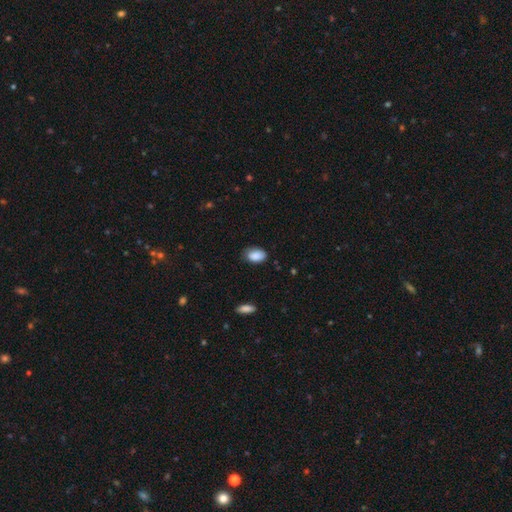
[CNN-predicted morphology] This is clearly a smooth galaxy (88%). How rounded: clearly in between (89%). Merging: likely none (75%).